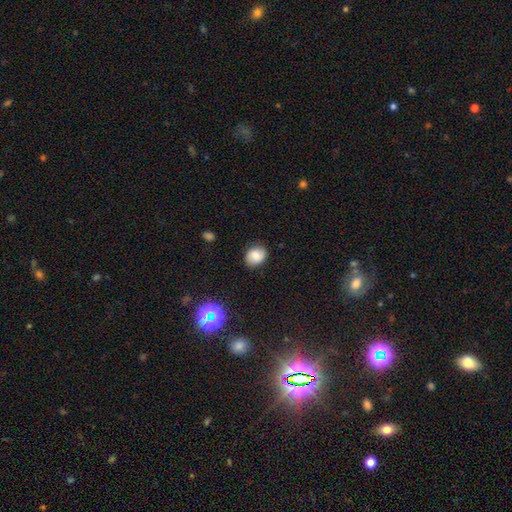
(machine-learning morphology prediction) A smooth galaxy with no disk features (73%) that is round (56%). Merging: none (81%).